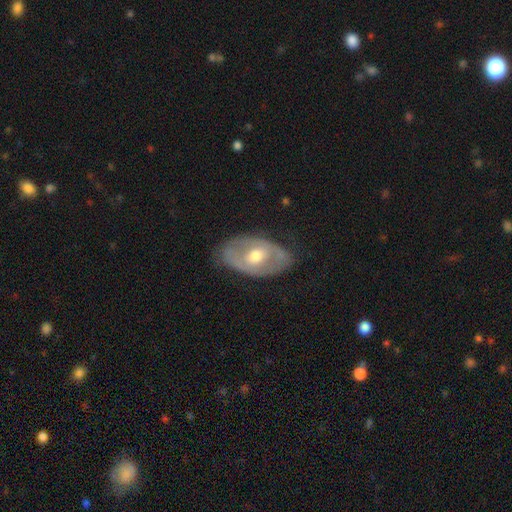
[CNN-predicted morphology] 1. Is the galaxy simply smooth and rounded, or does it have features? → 63% featured or disk, 31% smooth, 6% star or artifact.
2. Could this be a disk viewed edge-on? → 89% no, 11% yes.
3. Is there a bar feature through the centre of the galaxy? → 58% no, 29% weak, 12% strong.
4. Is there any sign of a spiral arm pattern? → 63% no, 37% yes.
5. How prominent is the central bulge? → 72% moderate, 17% small, 10% large, 1% none, 1% dominant.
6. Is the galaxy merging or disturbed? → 78% none, 16% minor disturbance, 5% major disturbance, 1% merger.